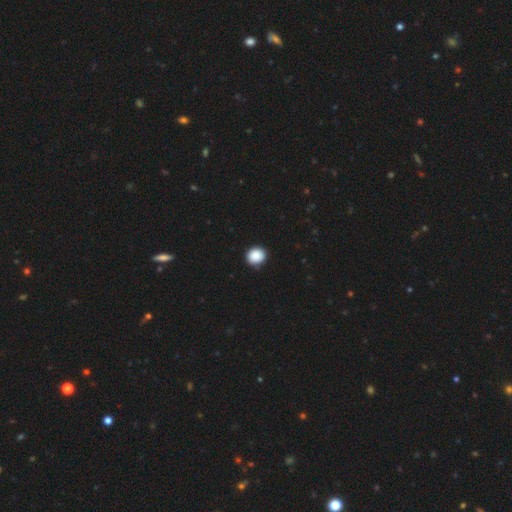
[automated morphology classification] smooth-or-featured: smooth: 89% | star or artifact: 8% | featured or disk: 3%
  how-rounded: round: 76% | in between: 23% | cigar-shaped: 1%
  merging: none: 87% | minor disturbance: 10% | major disturbance: 2% | merger: 1%